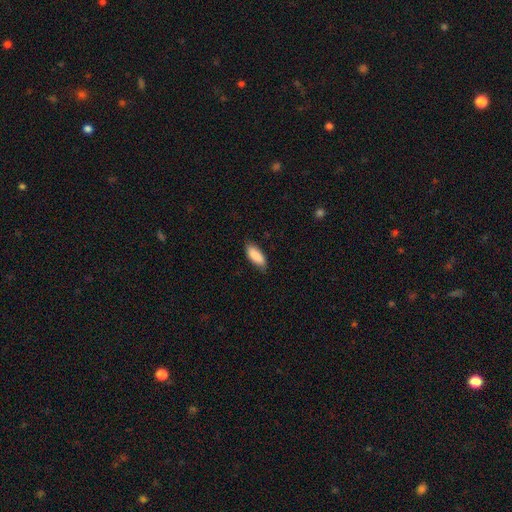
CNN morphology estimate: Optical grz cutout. It shows a smooth galaxy with no disk features (88%) that is in between round and cigar-shaped (81%). Merging: none (76%).